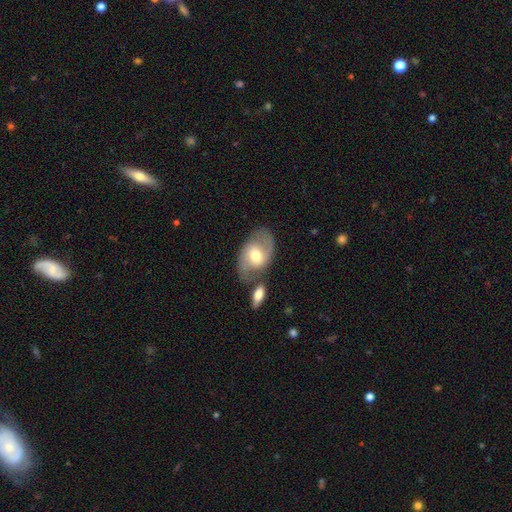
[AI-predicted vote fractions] Smooth or featured? Predicted: featured or disk (p=0.56). Edge-on disk? Predicted: no (p=0.94). Bar? Predicted: weak (p=0.44). Spiral arms? Predicted: yes (p=0.77). Bulge size? Predicted: moderate (p=0.69). Merging? Predicted: none (p=0.60).